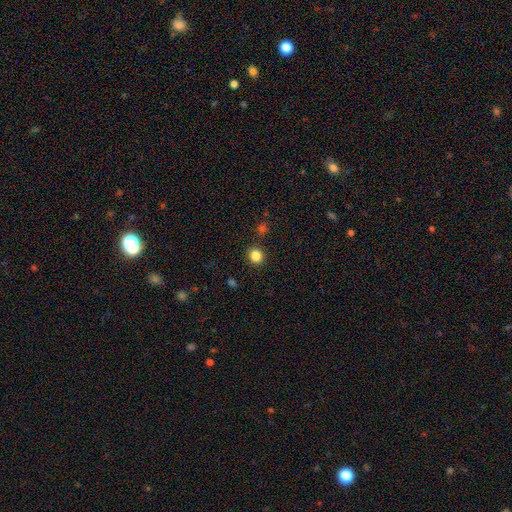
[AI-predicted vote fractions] Smooth or featured?
  - smooth: 84% *
  - star or artifact: 12%
  - featured or disk: 4%
How rounded?
  - round: 86% *
  - in between: 13%
  - cigar-shaped: 1%
Merging?
  - none: 90% *
  - minor disturbance: 6%
  - merger: 2%
  - major disturbance: 2%